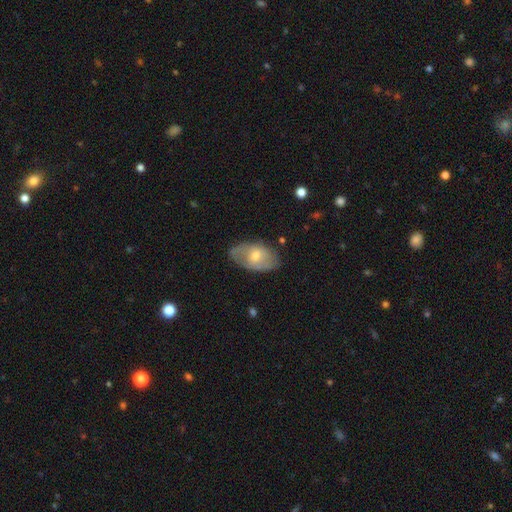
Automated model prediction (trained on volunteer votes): This appears to be a featured or disk galaxy (50%). Merging: none (70%).